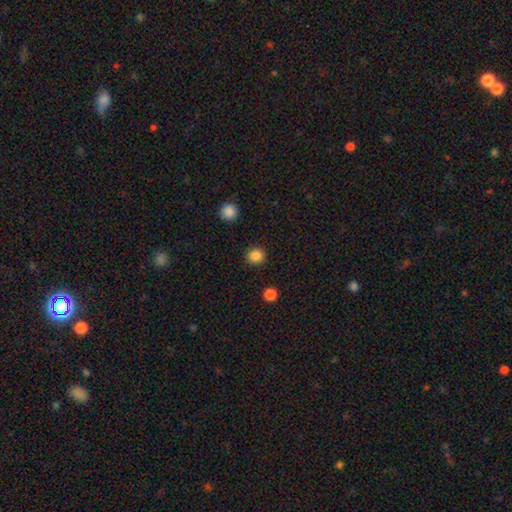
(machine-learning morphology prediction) type=smooth (86%); roundness=round (92%); merging=none (91%).